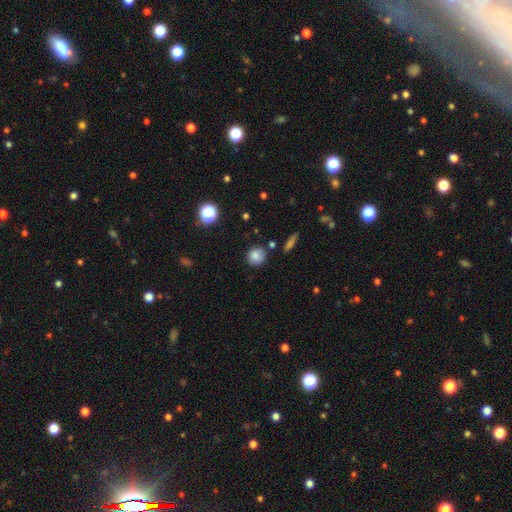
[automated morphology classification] Smooth or featured? Predicted: smooth (p=0.81). How rounded? Predicted: round (p=0.83). Merging? Predicted: none (p=0.79).